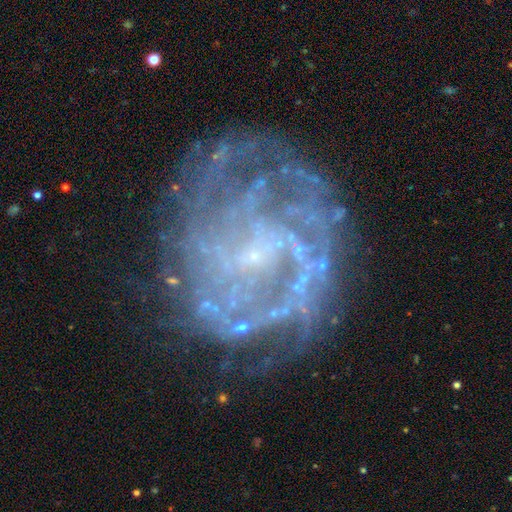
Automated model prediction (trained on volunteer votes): Smooth or featured: featured or disk — 82% (star or artifact — 9%)
Edge-on disk: no — 98% (yes — 2%)
Bar: no — 49% (weak — 39%)
Spiral arms: yes — 82% (no — 18%)
Spiral winding: tight — 53% (medium — 33%)
Spiral arm count: can't tell — 44% (2 — 16%)
Bulge size: small — 71% (none — 20%)
Merging: none — 69% (minor disturbance — 17%)